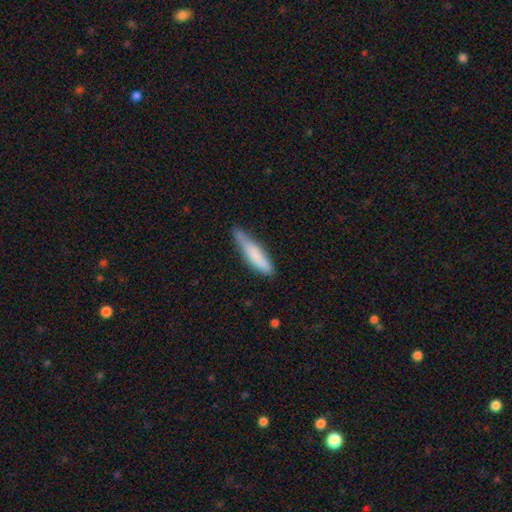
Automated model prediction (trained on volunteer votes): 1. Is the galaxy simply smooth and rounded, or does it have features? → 77% smooth, 17% featured or disk, 6% star or artifact.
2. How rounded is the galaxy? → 84% cigar-shaped, 15% in between, 1% round.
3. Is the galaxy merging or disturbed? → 58% none, 33% minor disturbance, 6% major disturbance, 3% merger.